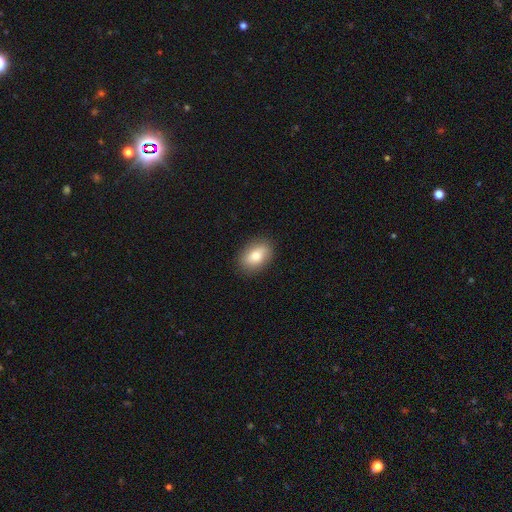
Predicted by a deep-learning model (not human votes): smooth_or_featured: smooth (p=0.79) [alt: featured or disk p=0.13]
how_rounded: in between (p=0.87) [alt: round p=0.11]
merging: none (p=0.87) [alt: minor disturbance p=0.10]